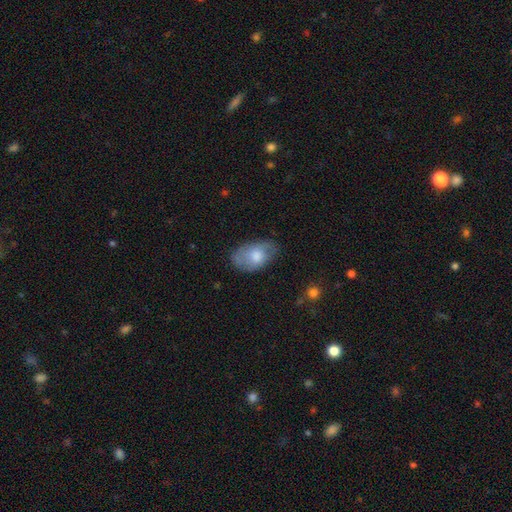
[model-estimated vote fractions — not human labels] smooth 68%, featured or disk 25%, star or artifact 6%. Down the decision tree: how rounded — in between (91%); merging — none (66%).